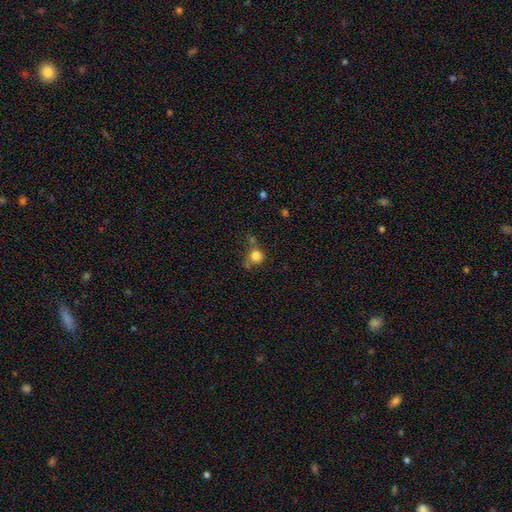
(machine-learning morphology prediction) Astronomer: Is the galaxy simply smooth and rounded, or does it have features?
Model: smooth — 81%.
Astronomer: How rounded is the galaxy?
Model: round — 88%.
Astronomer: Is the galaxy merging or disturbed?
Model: none — 55%.